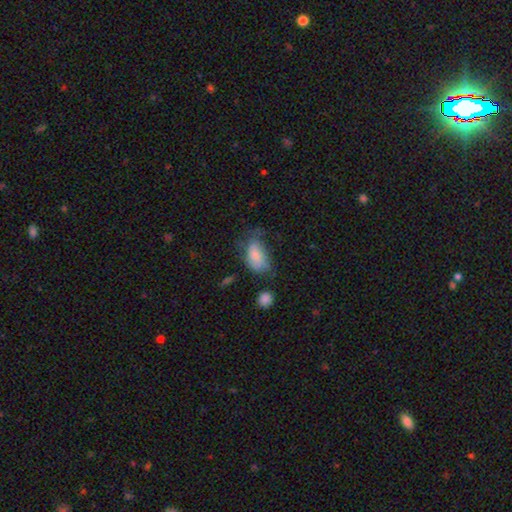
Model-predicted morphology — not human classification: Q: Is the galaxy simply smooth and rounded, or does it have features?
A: smooth — 76%.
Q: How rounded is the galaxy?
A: in between — 91%.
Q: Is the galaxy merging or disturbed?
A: minor disturbance — 35%.